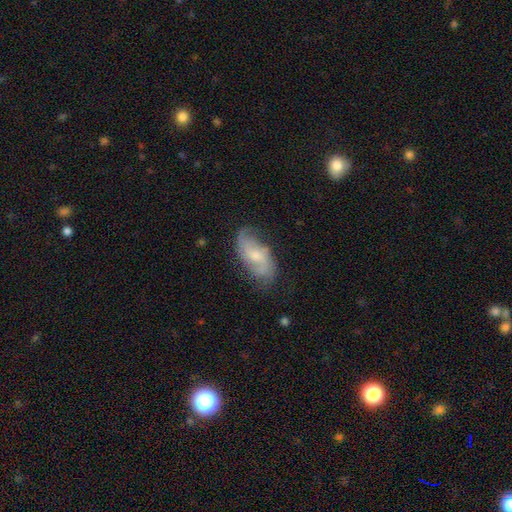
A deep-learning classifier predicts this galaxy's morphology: smooth_or_featured: featured or disk (p=0.73) [alt: smooth p=0.20]
disk_edge_on: no (p=0.94) [alt: yes p=0.06]
bar: no (p=0.48) [alt: weak p=0.44]
has_spiral_arms: yes (p=0.92) [alt: no p=0.08]
spiral_winding: loose (p=0.41) [alt: medium p=0.40]
spiral_arm_count: 2 (p=0.74) [alt: can't tell p=0.14]
bulge_size: small (p=0.51) [alt: moderate p=0.39]
merging: none (p=0.66) [alt: minor disturbance p=0.23]